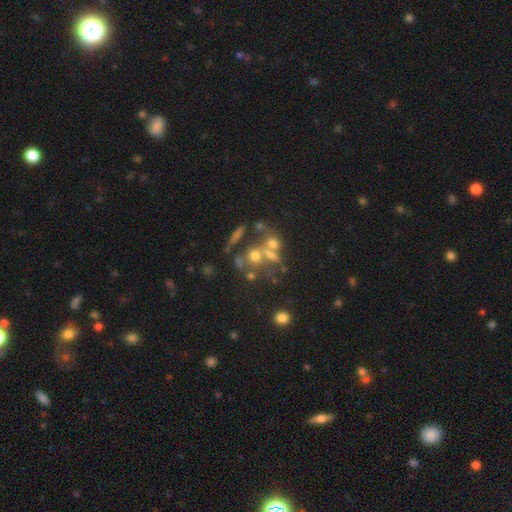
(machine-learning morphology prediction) Overall: smooth (40%; featured or disk 35%). Merging: merger (44%; none 35%).